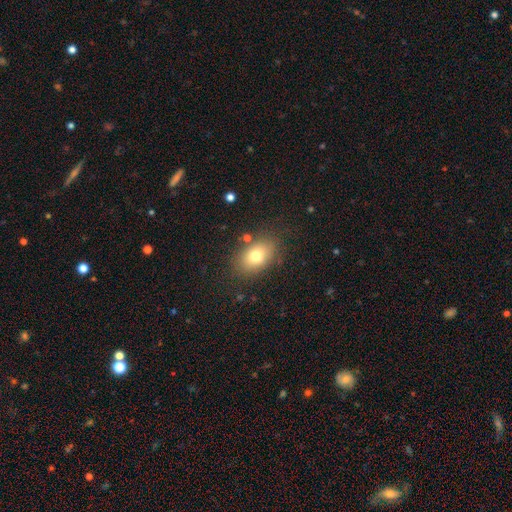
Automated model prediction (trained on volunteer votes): Q: Smooth or featured?
A: smooth (76%); runner-up: featured or disk (14%)
Q: How rounded?
A: in between (82%); runner-up: round (17%)
Q: Merging?
A: none (80%); runner-up: minor disturbance (13%)